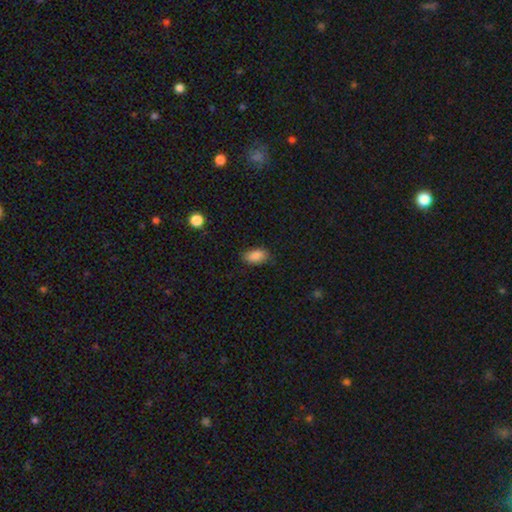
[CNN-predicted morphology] Smooth or featured? Predicted: smooth (p=0.87). How rounded? Predicted: in between (p=0.92). Merging? Predicted: none (p=0.80).